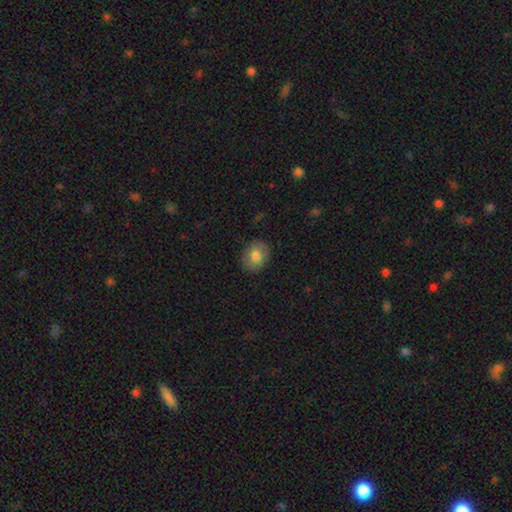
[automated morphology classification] A smooth galaxy with no disk features (76%) that is in between round and cigar-shaped (57%). Merging: none (85%).